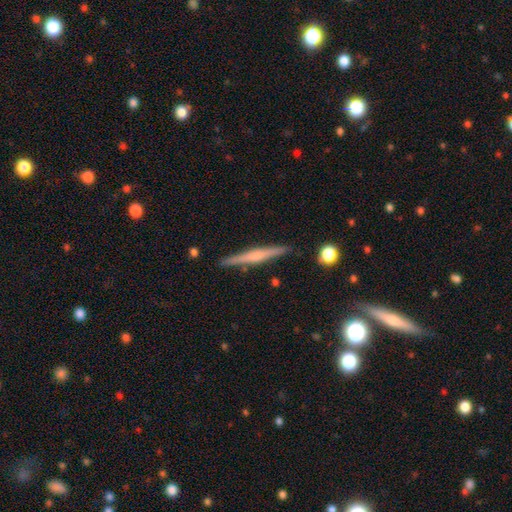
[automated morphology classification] smooth-or-featured: featured or disk: 62% | smooth: 32% | star or artifact: 6%
  disk-edge-on: yes: 98% | no: 2%
    edge-on-bulge: rounded: 52% | none: 32% | boxy: 16%
  merging: none: 90% | minor disturbance: 7% | major disturbance: 1% | merger: 1%